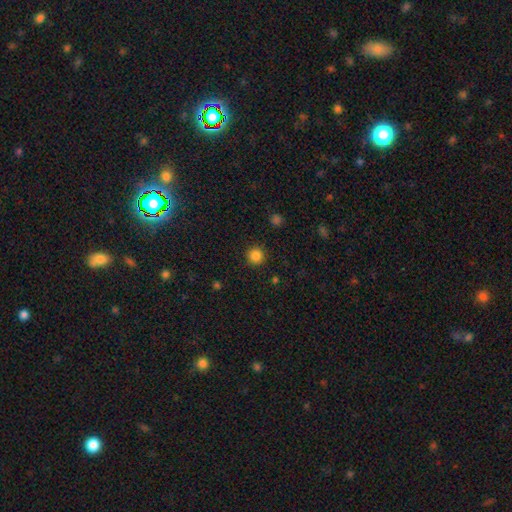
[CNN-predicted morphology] Smooth or featured? Predicted: smooth (p=0.85). How rounded? Predicted: round (p=0.95). Merging? Predicted: none (p=0.91).